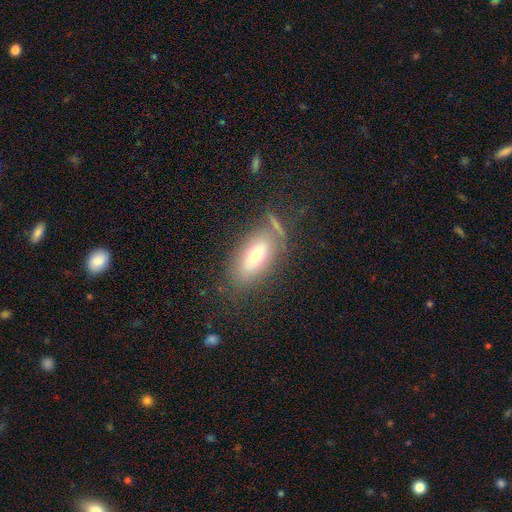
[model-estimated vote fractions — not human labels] smooth-or-featured: smooth: 63% | featured or disk: 26% | star or artifact: 11%
  how-rounded: in between: 85% | cigar-shaped: 11% | round: 4%
  merging: none: 68% | minor disturbance: 17% | merger: 9% | major disturbance: 7%